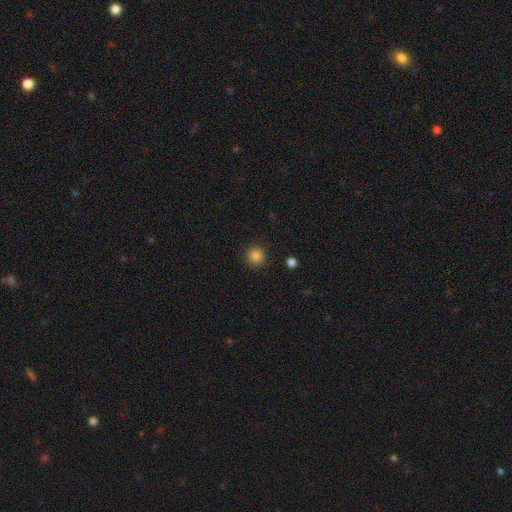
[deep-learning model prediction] A smooth galaxy with no disk features (86%) that is round (94%). Merging: none (91%).